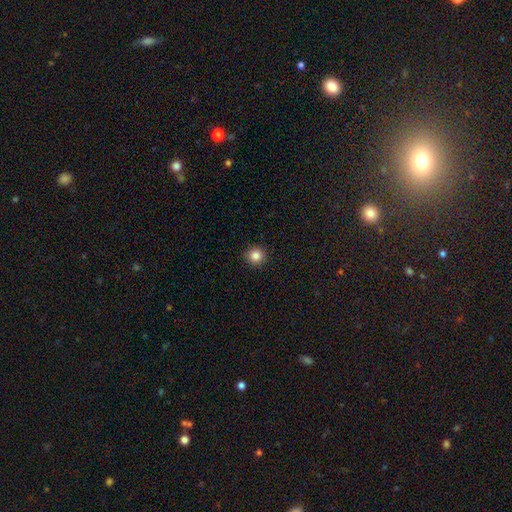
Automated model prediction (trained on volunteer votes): Smooth or featured? Predicted: smooth (p=0.84). How rounded? Predicted: round (p=0.94). Merging? Predicted: none (p=0.92).